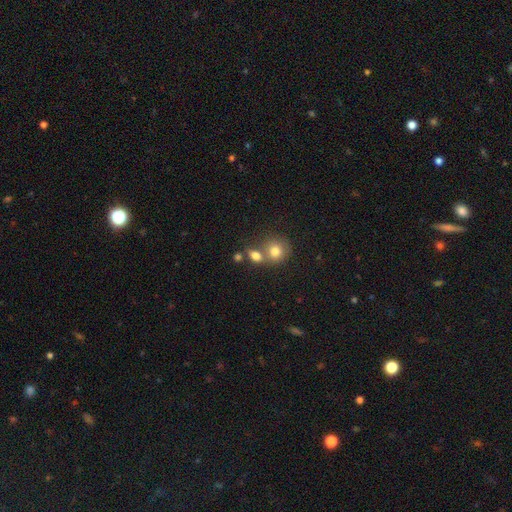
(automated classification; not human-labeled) Smooth or featured?
  - smooth: 77% *
  - featured or disk: 12%
  - star or artifact: 11%
How rounded?
  - round: 49% *
  - in between: 48%
  - cigar-shaped: 3%
Merging?
  - merger: 45% *
  - none: 41%
  - minor disturbance: 9%
  - major disturbance: 5%